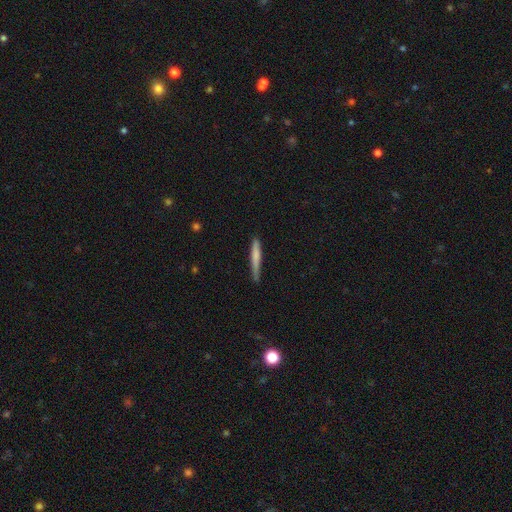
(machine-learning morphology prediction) A smooth galaxy with no disk features (69%) that is cigar-shaped (95%). Merging: none (76%).